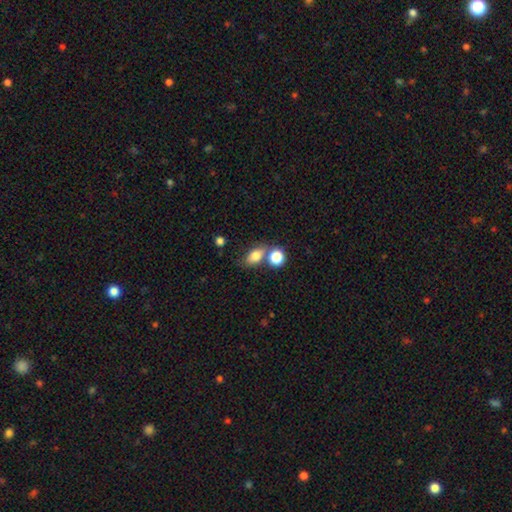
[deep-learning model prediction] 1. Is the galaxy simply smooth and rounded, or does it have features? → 79% smooth, 10% featured or disk, 10% star or artifact.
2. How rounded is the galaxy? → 75% in between, 23% round, 3% cigar-shaped.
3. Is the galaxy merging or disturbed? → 53% none, 31% merger, 12% minor disturbance, 4% major disturbance.